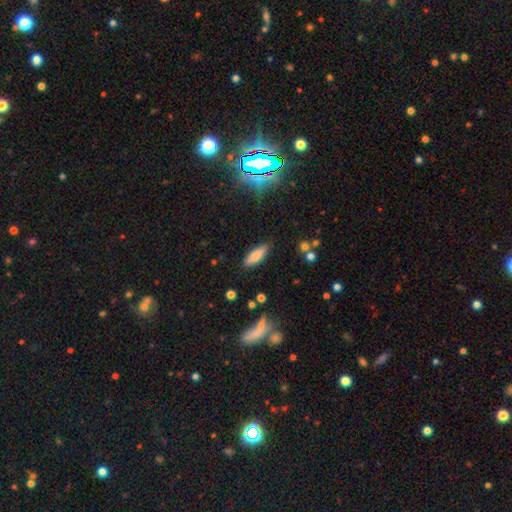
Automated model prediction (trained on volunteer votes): A smooth galaxy with no disk features (79%) that is in between round and cigar-shaped (53%). Merging: none (83%).